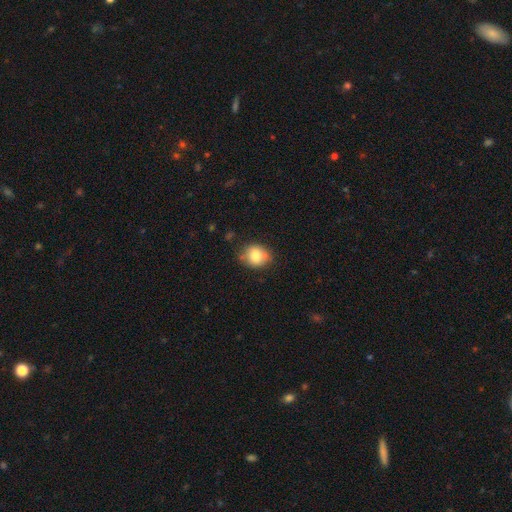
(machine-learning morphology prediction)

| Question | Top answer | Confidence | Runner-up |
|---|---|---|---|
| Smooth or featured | smooth | 77% | featured or disk (14%) |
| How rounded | round | 62% | in between (37%) |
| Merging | none | 70% | minor disturbance (21%) |